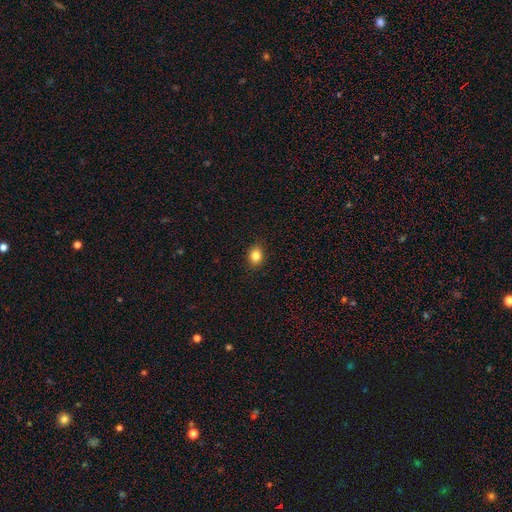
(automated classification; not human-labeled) Smooth or featured? Predicted: smooth (p=0.83). How rounded? Predicted: round (p=0.55). Merging? Predicted: none (p=0.89).